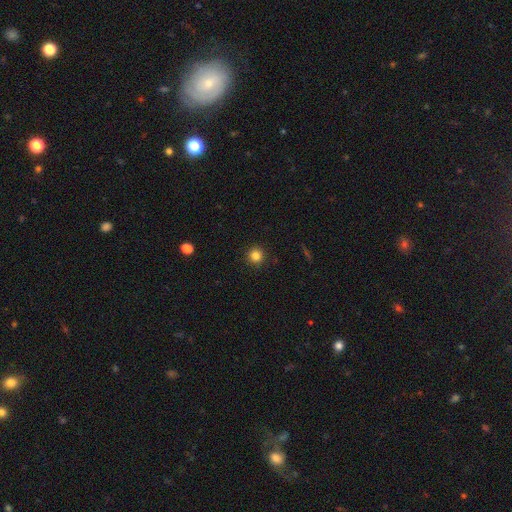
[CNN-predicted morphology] smooth-or-featured: smooth: 84% | star or artifact: 12% | featured or disk: 4%
  how-rounded: round: 95% | in between: 4% | cigar-shaped: 1%
  merging: none: 92% | minor disturbance: 5% | major disturbance: 2% | merger: 1%